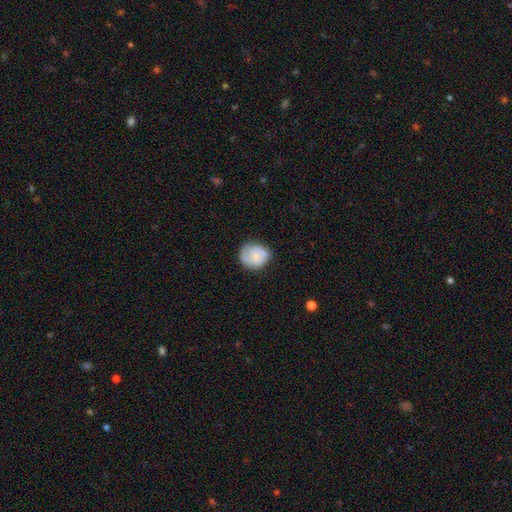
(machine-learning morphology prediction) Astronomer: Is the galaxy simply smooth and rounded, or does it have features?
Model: featured or disk — 51% (runner-up: smooth, 42%).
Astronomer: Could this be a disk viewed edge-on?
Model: no — 98%.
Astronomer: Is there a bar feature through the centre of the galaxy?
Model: no — 68%.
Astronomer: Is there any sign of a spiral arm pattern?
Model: yes — 88%.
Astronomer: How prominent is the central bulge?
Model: small — 55%.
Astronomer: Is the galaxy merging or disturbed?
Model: none — 72%.